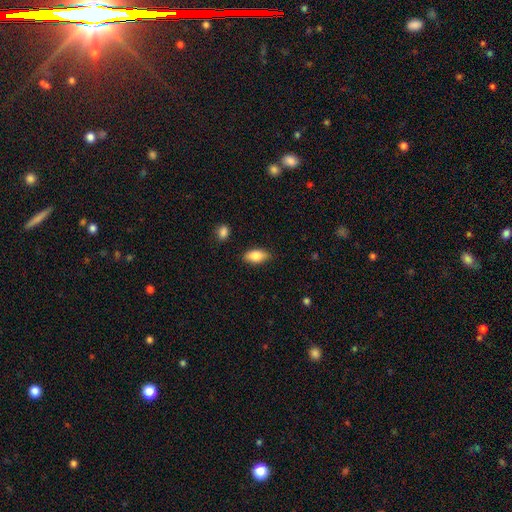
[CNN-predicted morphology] Smooth or featured? Predicted: smooth (p=0.81). How rounded? Predicted: in between (p=0.89). Merging? Predicted: none (p=0.83).